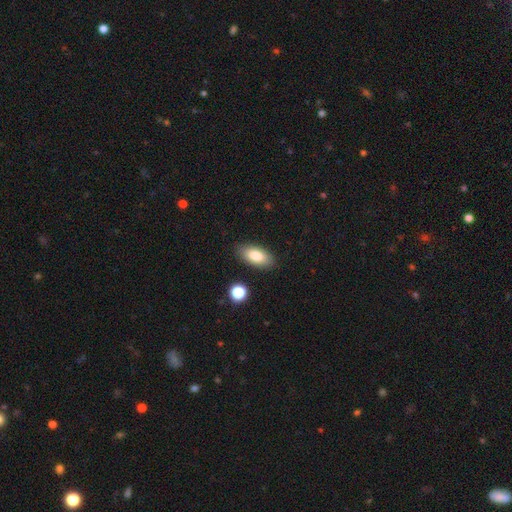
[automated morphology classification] type=smooth (83%); roundness=in between (88%); merging=none (86%).